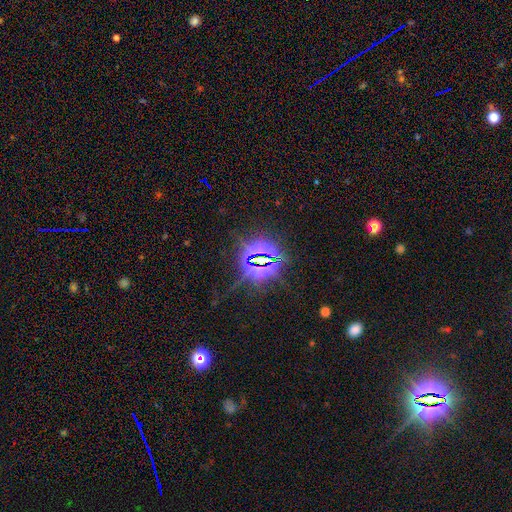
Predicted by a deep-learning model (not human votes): Overall: star or artifact (85%).